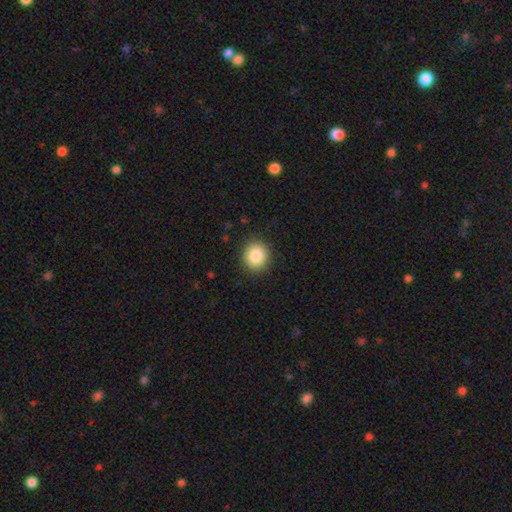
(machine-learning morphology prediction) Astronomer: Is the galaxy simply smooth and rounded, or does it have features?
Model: smooth — 87%.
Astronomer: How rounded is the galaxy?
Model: round — 84%.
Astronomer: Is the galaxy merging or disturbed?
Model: none — 90%.